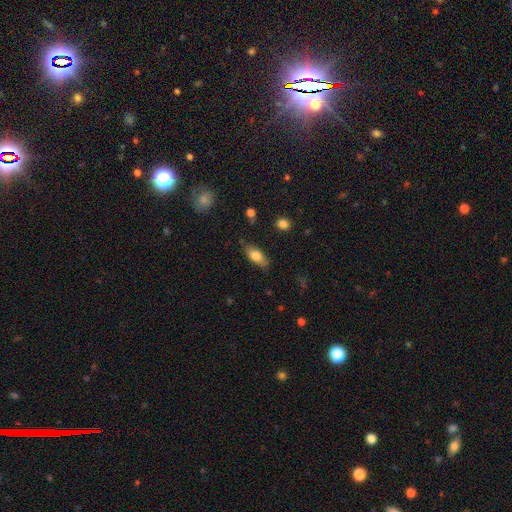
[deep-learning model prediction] Smooth or featured: smooth — 76% (featured or disk — 17%)
How rounded: in between — 82% (cigar-shaped — 15%)
Merging: none — 77% (minor disturbance — 18%)